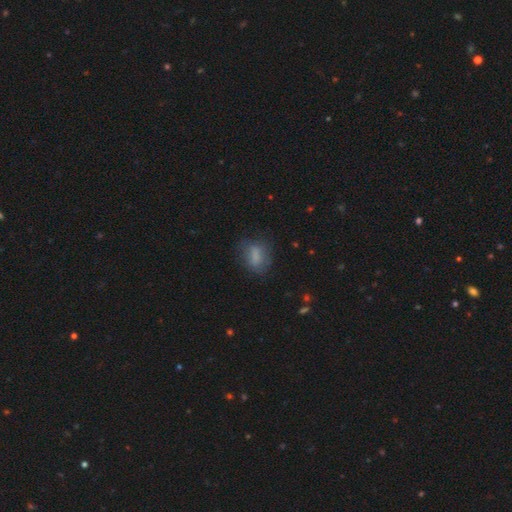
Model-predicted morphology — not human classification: This appears to be a smooth galaxy with no disk features (71%) that is in between round and cigar-shaped (69%). Merging: none (63%).